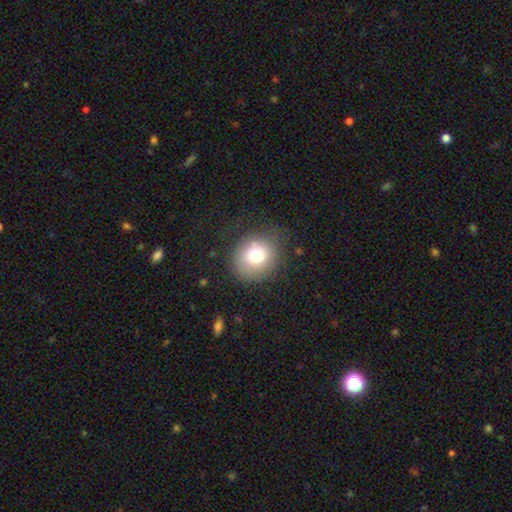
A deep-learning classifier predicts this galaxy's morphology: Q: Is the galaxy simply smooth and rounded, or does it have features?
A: smooth — 74%.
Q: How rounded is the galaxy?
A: round — 79%.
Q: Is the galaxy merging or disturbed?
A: none — 75%.